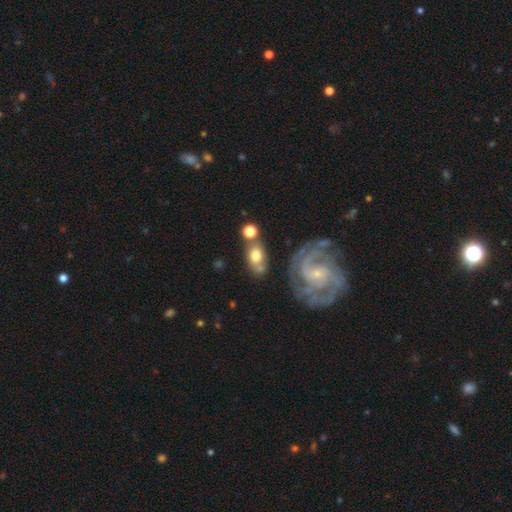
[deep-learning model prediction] Smooth or featured: smooth — 53% (featured or disk — 39%)
How rounded: in between — 68% (round — 28%)
Merging: none — 53% (merger — 22%)